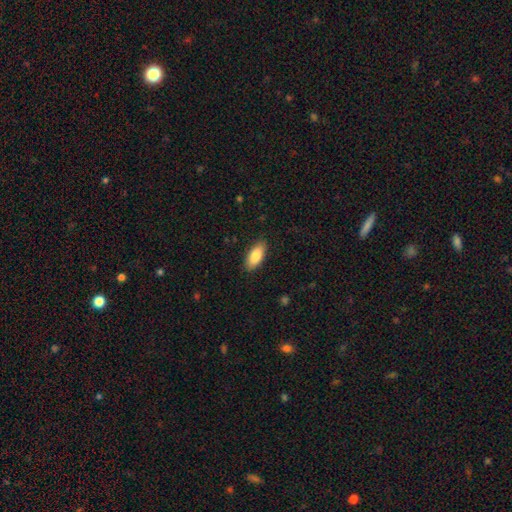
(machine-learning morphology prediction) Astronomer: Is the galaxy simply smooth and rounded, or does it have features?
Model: smooth — 84%.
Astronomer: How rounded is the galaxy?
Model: in between — 86%.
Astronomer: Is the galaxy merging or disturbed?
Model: none — 87%.